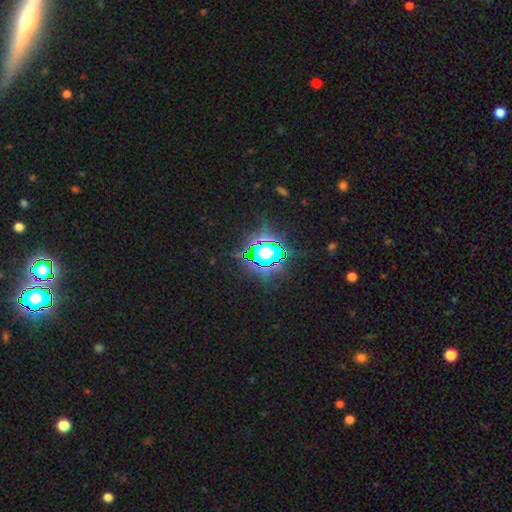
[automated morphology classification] Smooth or featured? Predicted: star or artifact (p=0.81).